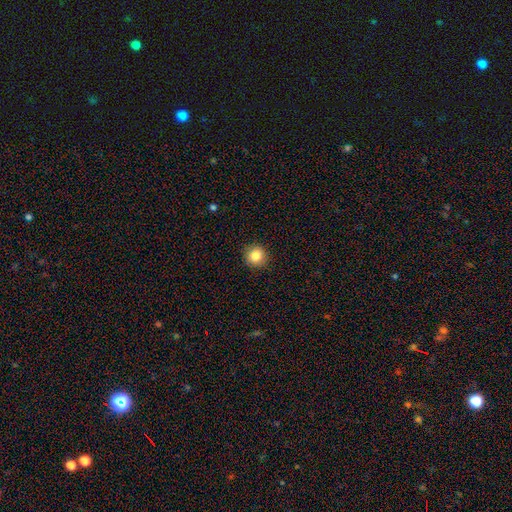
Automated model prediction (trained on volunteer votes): smooth 84%, star or artifact 10%, featured or disk 6%. Down the decision tree: how rounded — round (93%); merging — none (91%).